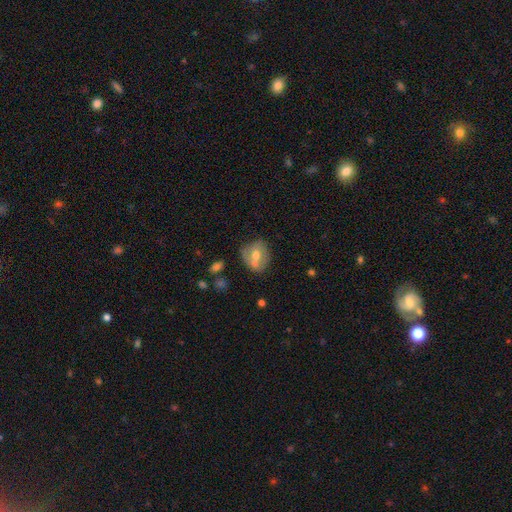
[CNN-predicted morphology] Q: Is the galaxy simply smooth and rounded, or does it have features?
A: smooth — 51%.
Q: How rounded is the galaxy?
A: round — 54%.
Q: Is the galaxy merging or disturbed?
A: none — 60%.